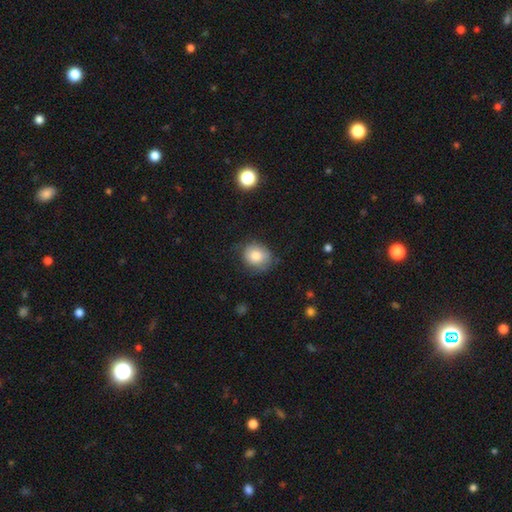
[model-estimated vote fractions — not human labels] This appears to be a smooth galaxy with no disk features (81%) that is round (70%). Merging: none (69%).